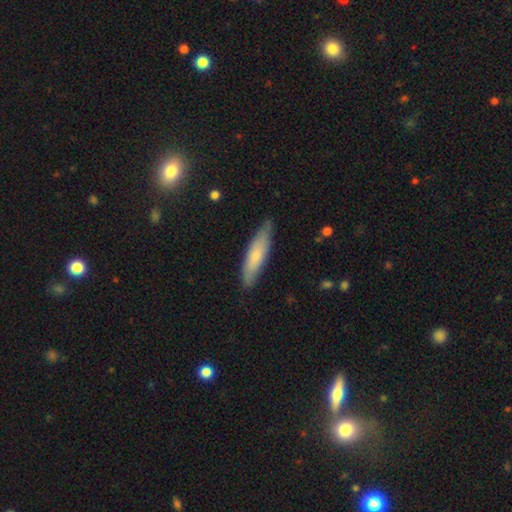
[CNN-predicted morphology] Smooth or featured? Predicted: smooth (p=0.69). How rounded? Predicted: cigar-shaped (p=0.75). Merging? Predicted: none (p=0.80).